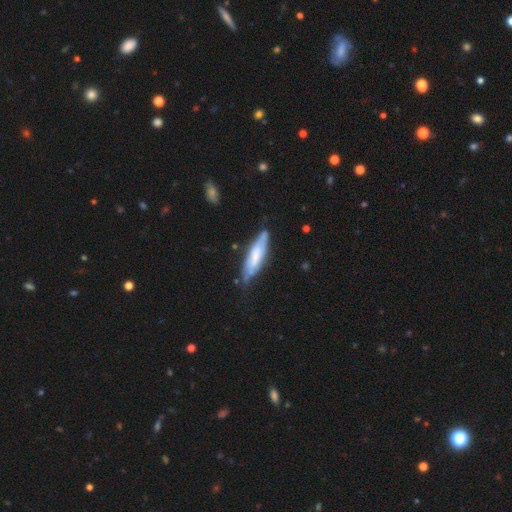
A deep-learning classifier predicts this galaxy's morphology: Smooth or featured: smooth — 49% (featured or disk — 45%)
Merging: none — 67% (minor disturbance — 25%)